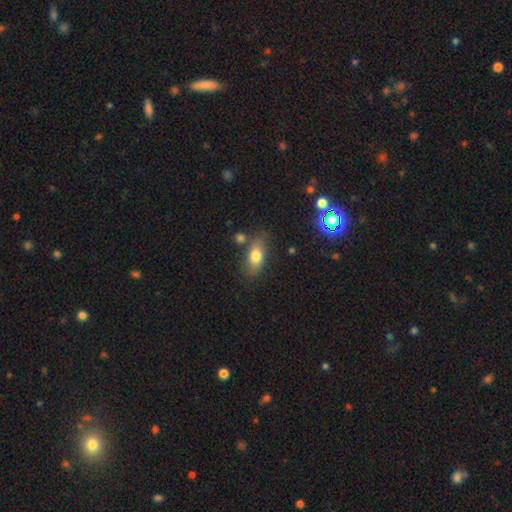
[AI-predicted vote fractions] smooth-or-featured: smooth: 76% | featured or disk: 15% | star or artifact: 9%
  how-rounded: in between: 83% | cigar-shaped: 10% | round: 7%
  merging: none: 70% | minor disturbance: 17% | merger: 9% | major disturbance: 5%